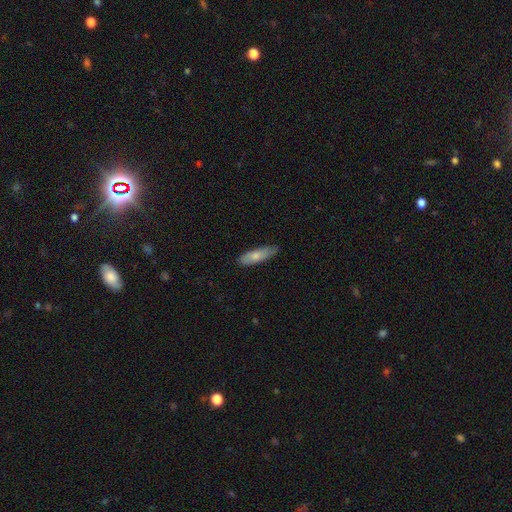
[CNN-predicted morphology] Smooth or featured? smooth (74%)
How rounded? cigar-shaped (55%)
Merging? none (74%)